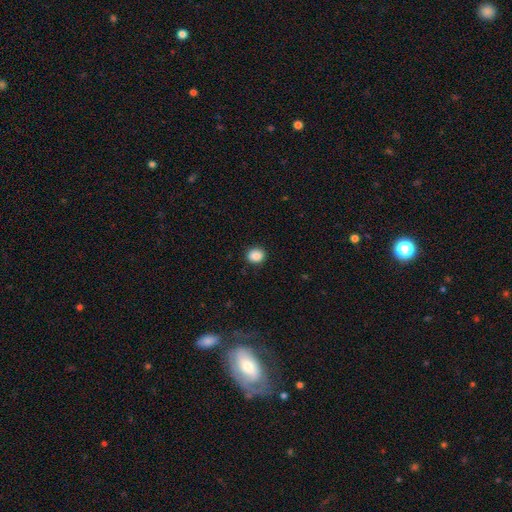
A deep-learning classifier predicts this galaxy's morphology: smooth-or-featured: smooth: 89% | star or artifact: 9% | featured or disk: 3%
  how-rounded: round: 63% | in between: 36% | cigar-shaped: 1%
  merging: none: 90% | minor disturbance: 7% | major disturbance: 2% | merger: 1%